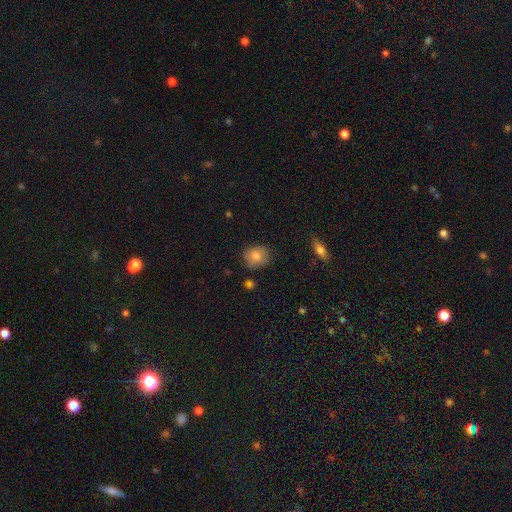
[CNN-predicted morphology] A smooth galaxy with no disk features (77%) that is round (64%).

Vote fractions:
- Smooth or featured? smooth: 77% / featured or disk: 14% / star or artifact: 9%
- How rounded? round: 64% / in between: 35% / cigar-shaped: 1%
- Merging? none: 75% / minor disturbance: 19% / major disturbance: 4% / merger: 2%